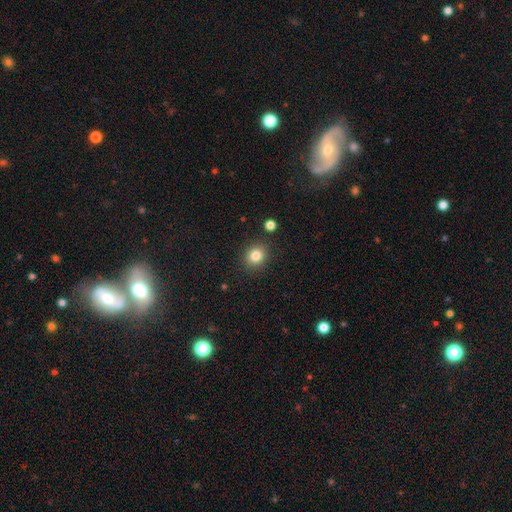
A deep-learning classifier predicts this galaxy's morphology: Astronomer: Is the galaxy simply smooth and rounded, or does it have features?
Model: smooth — 82%.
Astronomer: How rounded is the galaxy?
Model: round — 75%.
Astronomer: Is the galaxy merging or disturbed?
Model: none — 87%.